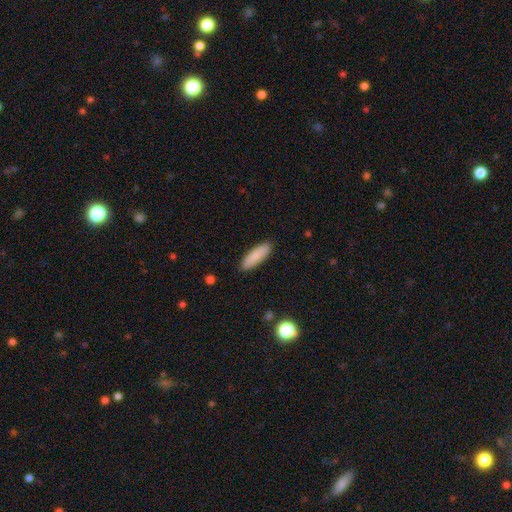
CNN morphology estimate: A smooth galaxy with no disk features (87%) that is cigar-shaped (62%).

Vote fractions:
- Smooth or featured? smooth: 87% / featured or disk: 7% / star or artifact: 6%
- How rounded? cigar-shaped: 62% / in between: 37% / round: 1%
- Merging? none: 90% / minor disturbance: 8% / major disturbance: 2% / merger: 1%